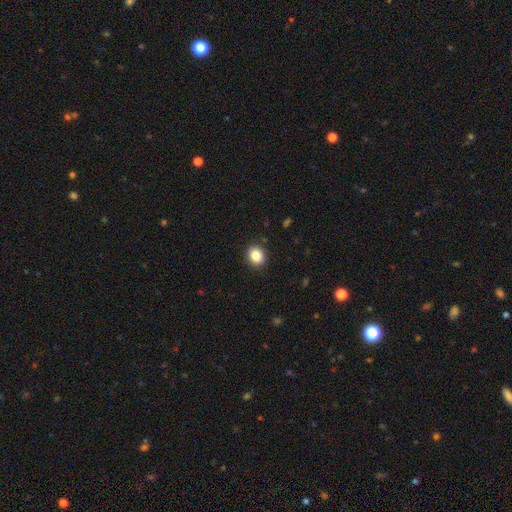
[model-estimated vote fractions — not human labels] This is clearly a smooth galaxy (86%). How rounded: likely round (70%). Merging: clearly none (90%).